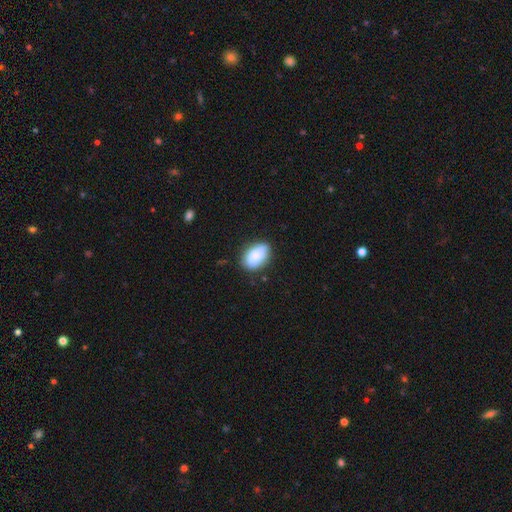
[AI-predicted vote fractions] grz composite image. It shows a smooth galaxy with no disk features (85%) that is in between round and cigar-shaped (90%). Merging: none (77%).